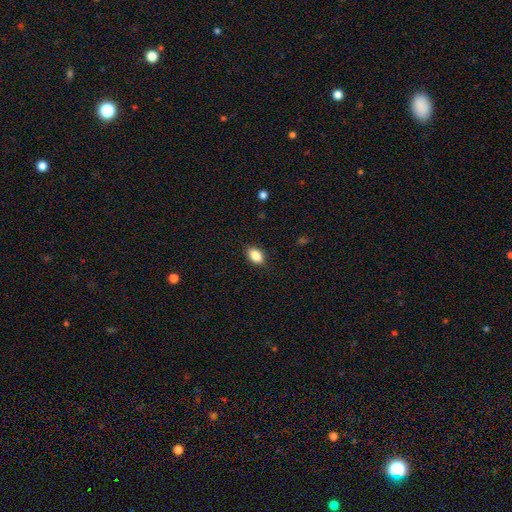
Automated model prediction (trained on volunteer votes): This is clearly a smooth galaxy (87%). How rounded: clearly in between (88%). Merging: clearly none (88%).